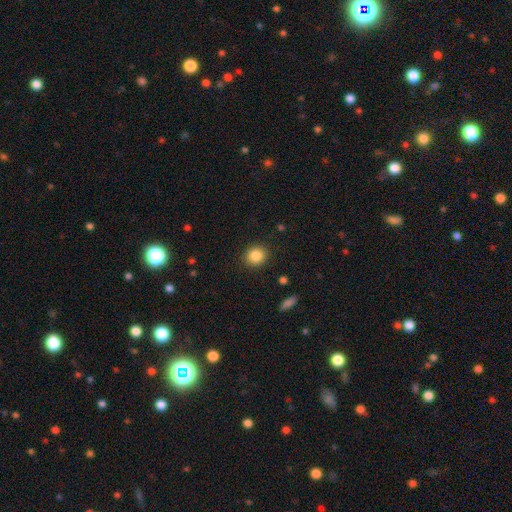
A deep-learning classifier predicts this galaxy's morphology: Smooth or featured? smooth (86%)
How rounded? round (80%)
Merging? none (89%)